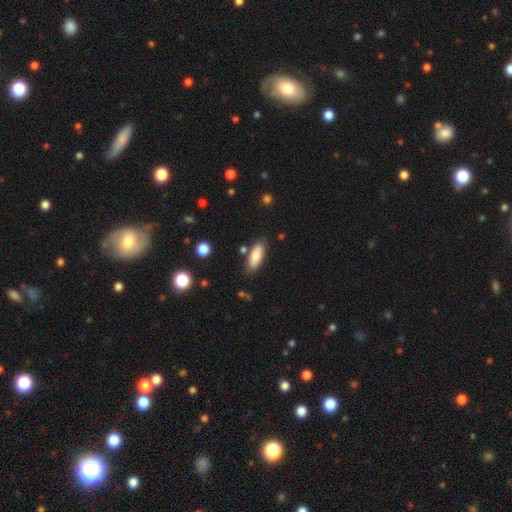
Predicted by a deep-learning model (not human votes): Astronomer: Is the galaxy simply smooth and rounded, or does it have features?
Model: smooth — 80%.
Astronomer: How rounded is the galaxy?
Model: in between — 71%.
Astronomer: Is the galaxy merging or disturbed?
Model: none — 80%.